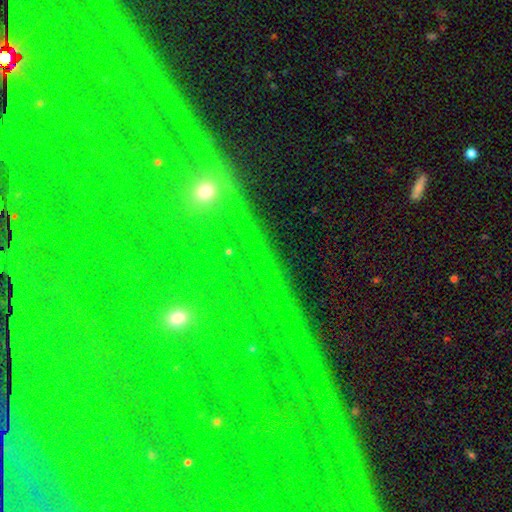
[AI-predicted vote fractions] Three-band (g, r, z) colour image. It shows a star or artifact, not a galaxy (61%).